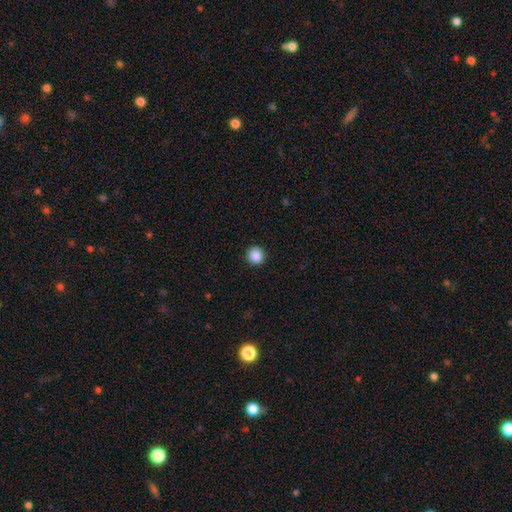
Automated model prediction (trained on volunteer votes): Smooth or featured?
  - smooth: 88% *
  - star or artifact: 9%
  - featured or disk: 2%
How rounded?
  - round: 94% *
  - in between: 5%
  - cigar-shaped: 1%
Merging?
  - none: 92% *
  - minor disturbance: 5%
  - major disturbance: 2%
  - merger: 1%